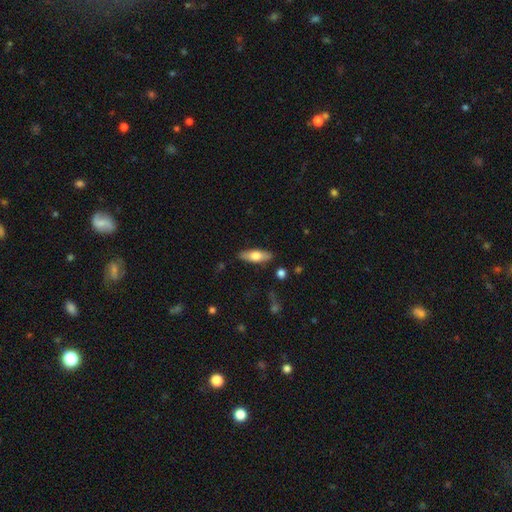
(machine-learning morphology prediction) This is likely a smooth galaxy (62%). How rounded: possibly in between (60%). Merging: clearly none (86%).